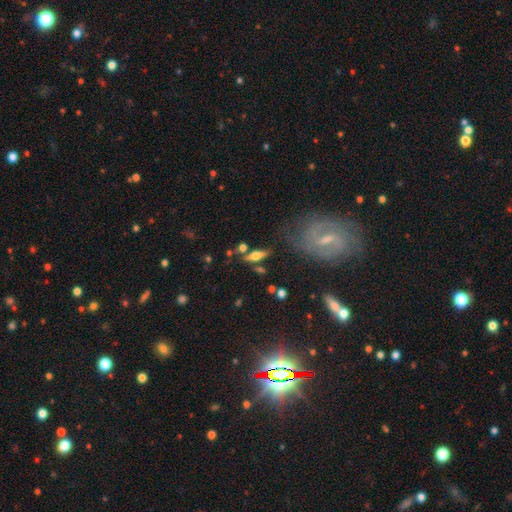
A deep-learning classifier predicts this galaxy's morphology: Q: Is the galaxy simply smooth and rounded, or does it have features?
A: featured or disk — 46%.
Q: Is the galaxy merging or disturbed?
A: none — 70%.